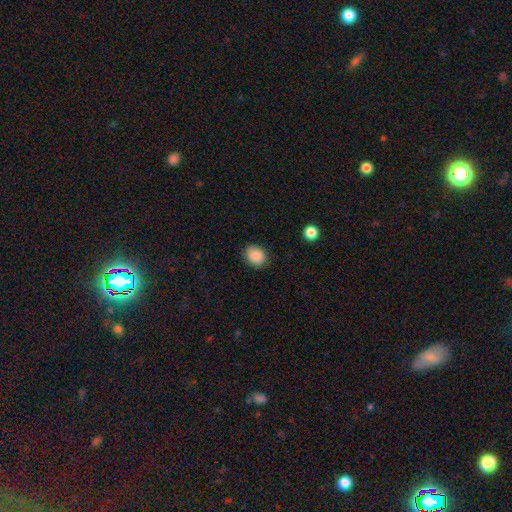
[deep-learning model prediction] This is clearly a smooth galaxy (85%). How rounded: possibly round (50%). Merging: clearly none (83%).